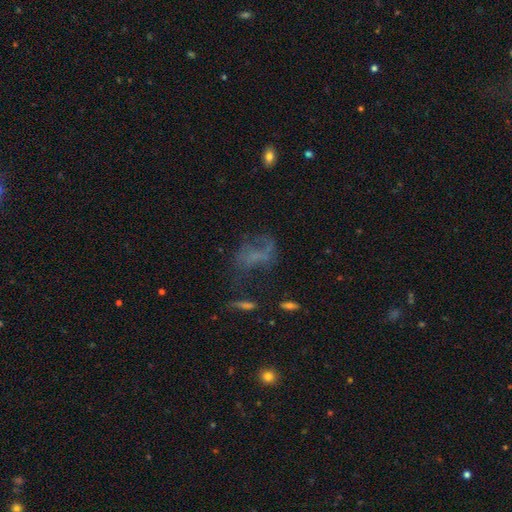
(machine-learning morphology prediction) Smooth or featured: featured or disk — 44% (smooth — 31%)
Merging: major disturbance — 38% (none — 37%)